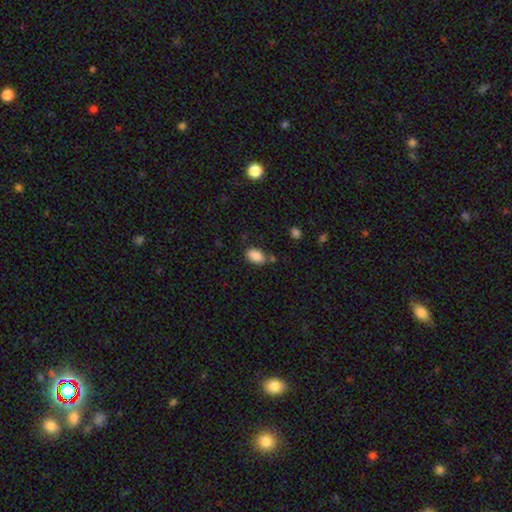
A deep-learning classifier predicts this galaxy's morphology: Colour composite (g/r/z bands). It shows a smooth galaxy with no disk features (88%) that is in between round and cigar-shaped (91%). Merging: none (74%).